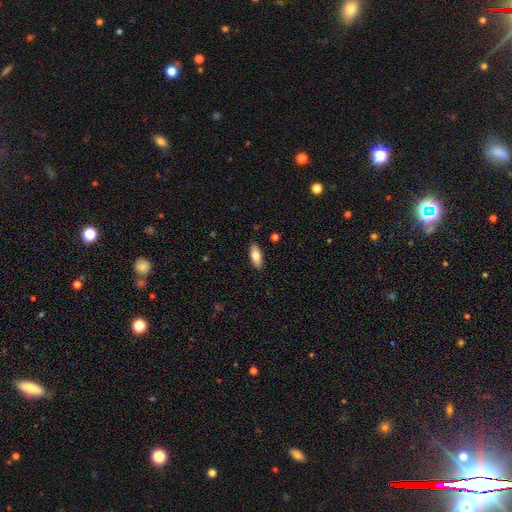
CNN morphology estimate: A smooth galaxy with no disk features (79%) that is in between round and cigar-shaped (83%). Merging: none (87%).